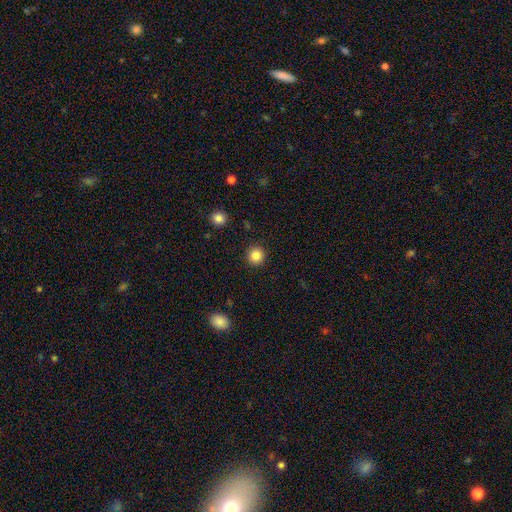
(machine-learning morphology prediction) The model was most divided on "smooth or featured": smooth: 85%, star or artifact: 11%, featured or disk: 4%. More confident: how rounded — round (94%); merging — none (92%).